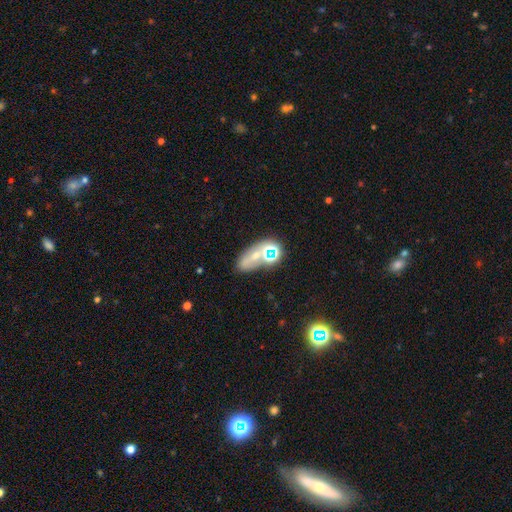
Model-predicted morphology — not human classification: The model was most divided on "smooth or featured": smooth: 43%, star or artifact: 30%, featured or disk: 27%. More confident: merging — none (54%).